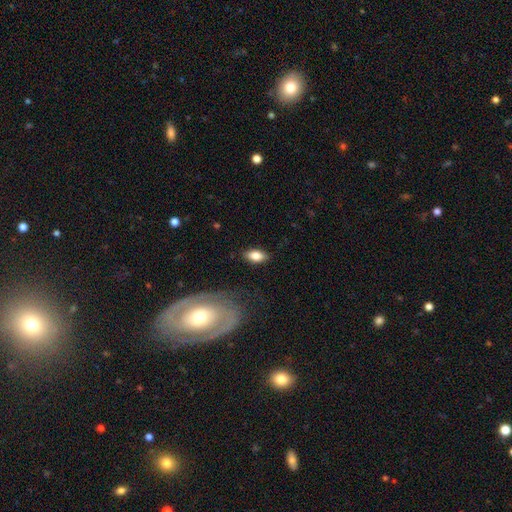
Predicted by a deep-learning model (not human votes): Smooth or featured: smooth — 79% (featured or disk — 14%)
How rounded: in between — 89% (cigar-shaped — 7%)
Merging: none — 85% (minor disturbance — 10%)